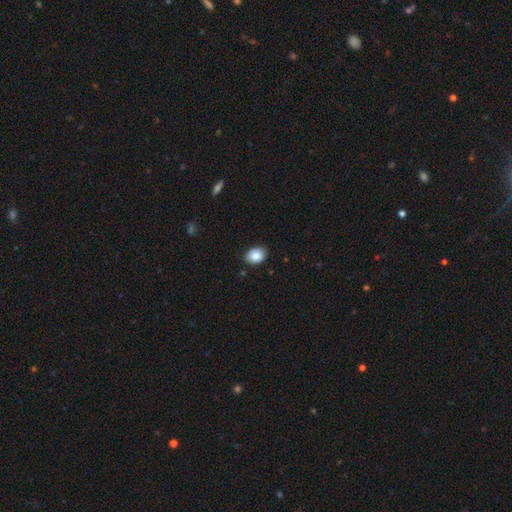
smooth-or-featured: smooth: 92% | star or artifact: 5% | featured or disk: 3%
  how-rounded: in between: 64% | round: 36% | cigar-shaped: 0%
  merging: none: 86% | minor disturbance: 11% | major disturbance: 3% | merger: 0%